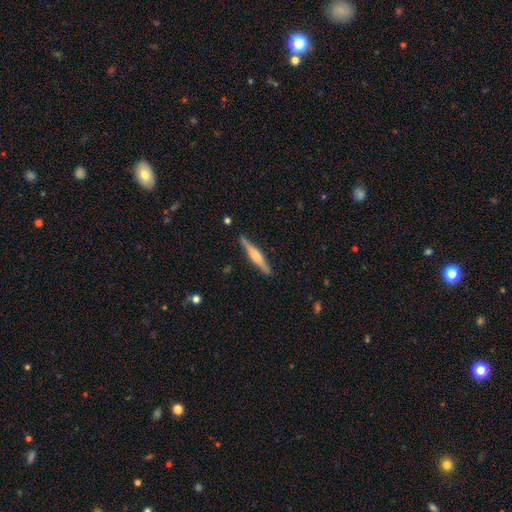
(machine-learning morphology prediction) smooth-or-featured: featured or disk: 62% | smooth: 32% | star or artifact: 6%
  disk-edge-on: yes: 97% | no: 3%
    edge-on-bulge: rounded: 61% | boxy: 30% | none: 10%
  merging: none: 88% | minor disturbance: 9% | major disturbance: 2% | merger: 1%